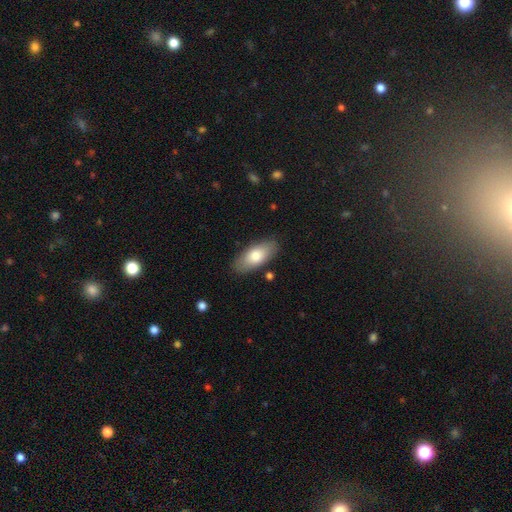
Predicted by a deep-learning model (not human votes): smooth_or_featured: smooth (p=0.77) [alt: featured or disk p=0.17]
how_rounded: in between (p=0.86) [alt: cigar-shaped p=0.12]
merging: none (p=0.84) [alt: minor disturbance p=0.11]